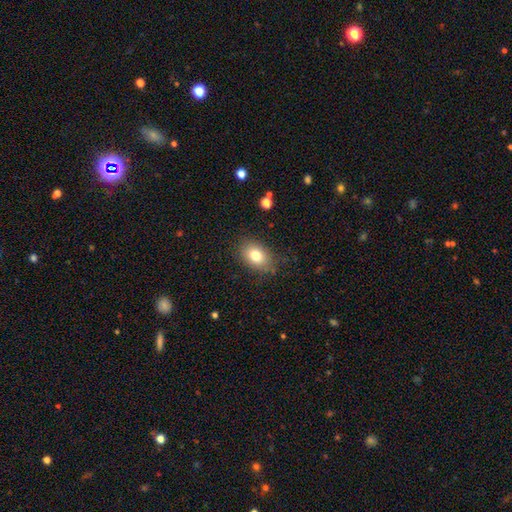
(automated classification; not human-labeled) Q: Smooth or featured?
A: smooth (78%); runner-up: featured or disk (12%)
Q: How rounded?
A: in between (80%); runner-up: round (19%)
Q: Merging?
A: none (81%); runner-up: minor disturbance (14%)